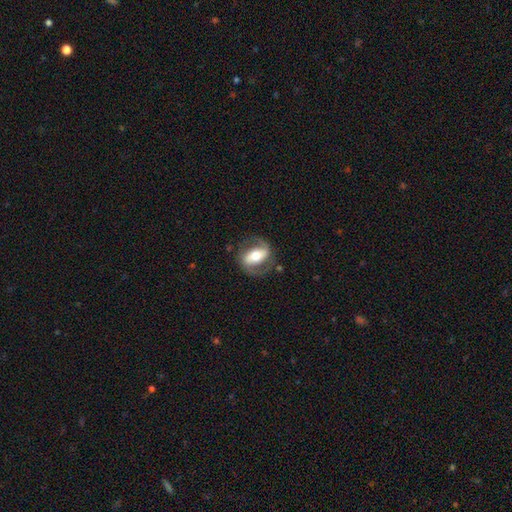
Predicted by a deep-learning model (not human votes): Morphology: type=featured or disk (72%); edge-on=no (93%); bar=strong (53%); spiral arms=yes (79%); winding=medium (47%); arm count=2 (85%); bulge=moderate (62%); merging=none (72%).